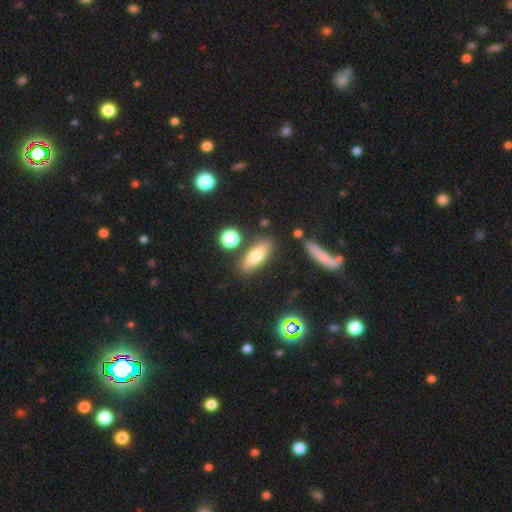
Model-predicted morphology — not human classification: The model was most divided on "how rounded": in between: 63%, cigar-shaped: 32%, round: 5%. More confident: merging — none (78%); smooth or featured — smooth (70%).